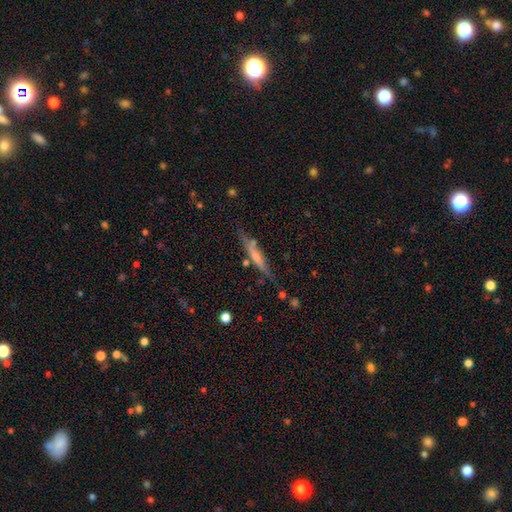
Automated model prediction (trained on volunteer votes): Smooth or featured? featured or disk (47%)
Merging? none (72%)